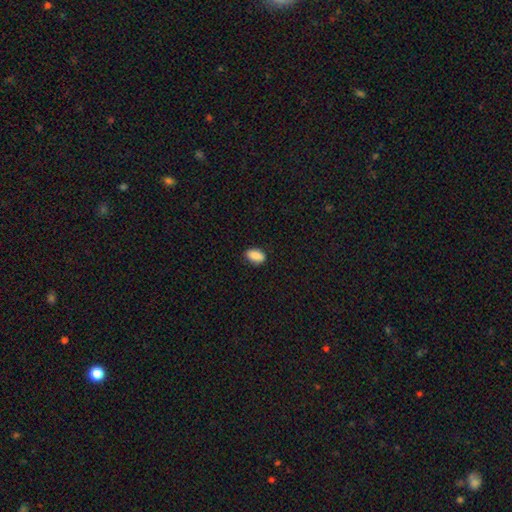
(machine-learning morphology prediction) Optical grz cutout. It shows a smooth galaxy with no disk features (89%) that is in between round and cigar-shaped (91%). Merging: none (83%).